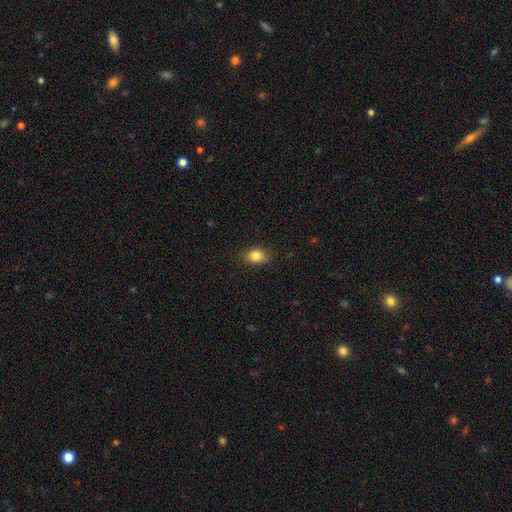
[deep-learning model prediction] Morphology: type=smooth (84%); roundness=in between (74%); merging=none (85%).